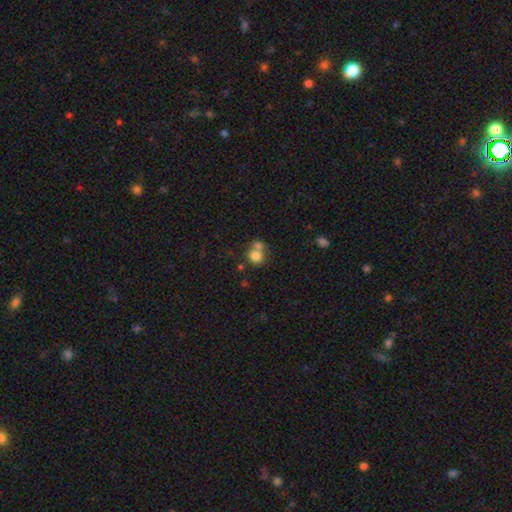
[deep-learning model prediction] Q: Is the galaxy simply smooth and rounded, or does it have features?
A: smooth — 79%.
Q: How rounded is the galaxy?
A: round — 82%.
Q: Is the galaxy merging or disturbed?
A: merger — 49%.